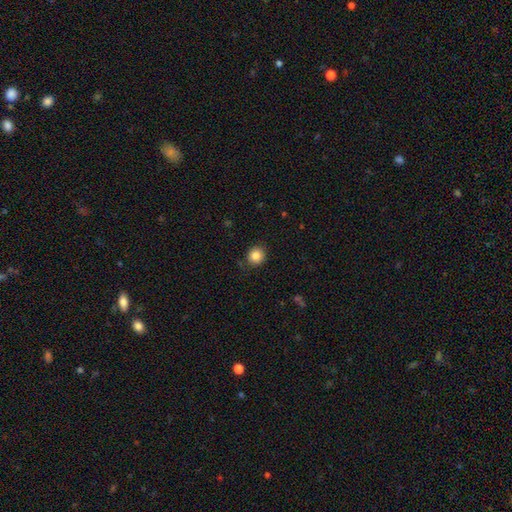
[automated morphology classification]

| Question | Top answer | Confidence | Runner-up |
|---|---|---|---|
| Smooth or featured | smooth | 85% | star or artifact (10%) |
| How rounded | round | 88% | in between (11%) |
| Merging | none | 87% | minor disturbance (10%) |